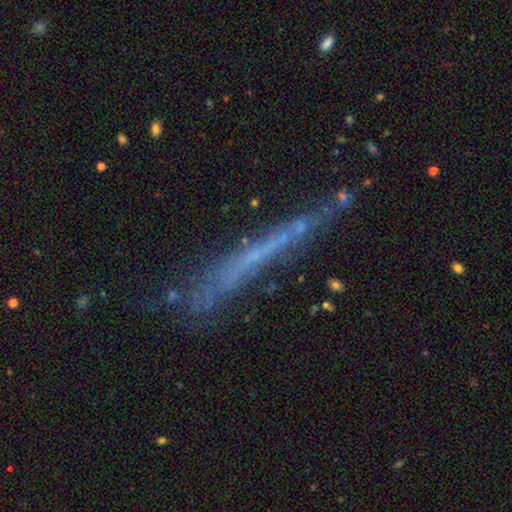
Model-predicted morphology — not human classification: smooth_or_featured: featured or disk (p=0.53) [alt: smooth p=0.31]
disk_edge_on: yes (p=0.85) [alt: no p=0.15]
merging: none (p=0.65) [alt: minor disturbance p=0.21]